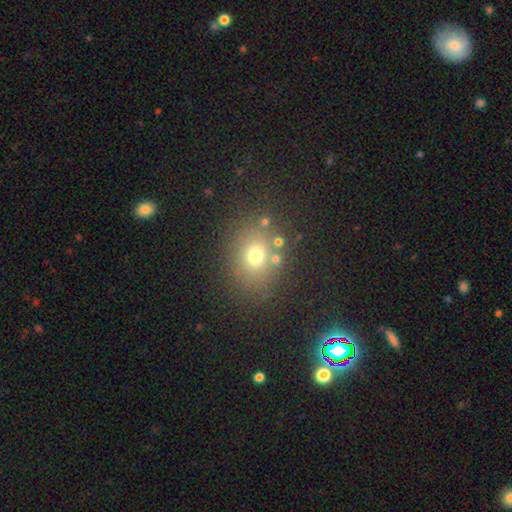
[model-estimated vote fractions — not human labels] smooth 68%, star or artifact 20%, featured or disk 13%. Down the decision tree: how rounded — round (62%); merging — none (76%).